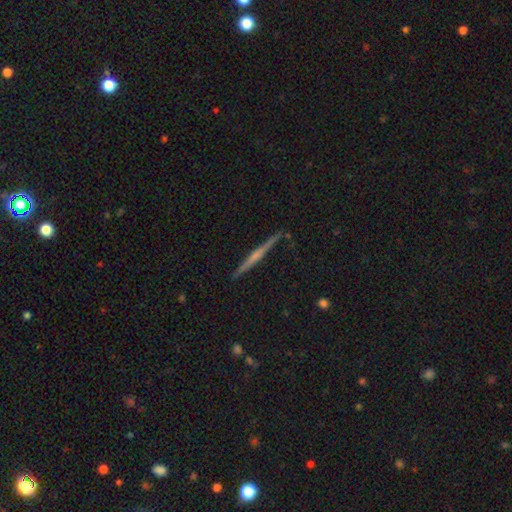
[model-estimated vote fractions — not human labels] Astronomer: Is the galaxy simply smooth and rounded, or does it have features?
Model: featured or disk — 67%.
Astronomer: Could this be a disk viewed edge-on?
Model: yes — 98%.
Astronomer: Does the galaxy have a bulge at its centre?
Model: none — 50% (runner-up: rounded, 37%).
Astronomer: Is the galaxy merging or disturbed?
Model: none — 88%.